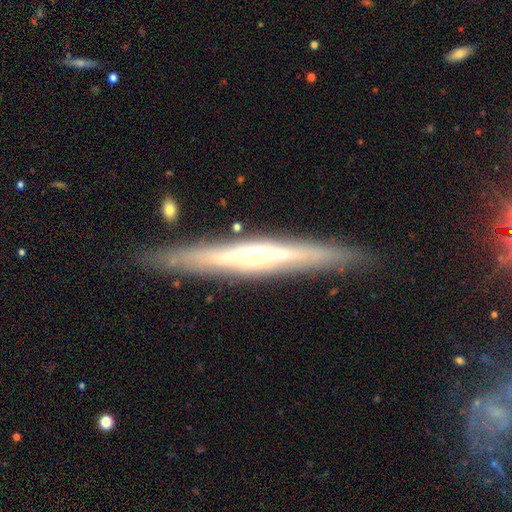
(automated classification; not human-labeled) smooth_or_featured: featured or disk (p=0.74) [alt: smooth p=0.20]
disk_edge_on: yes (p=0.93) [alt: no p=0.07]
edge_on_bulge: rounded (p=0.80) [alt: none p=0.12]
merging: none (p=0.86) [alt: minor disturbance p=0.10]